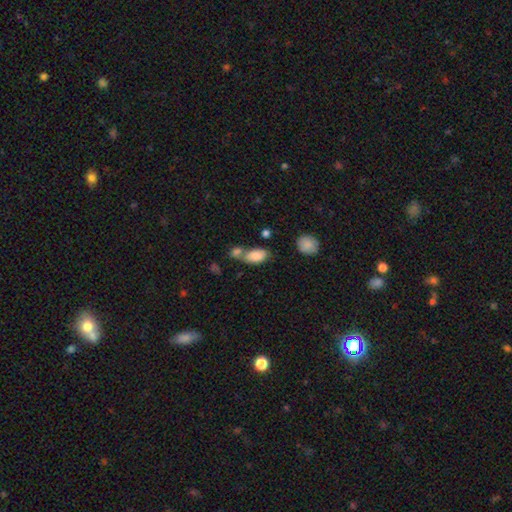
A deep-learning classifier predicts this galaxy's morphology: A smooth galaxy with no disk features (83%) that is in between round and cigar-shaped (92%).

Vote fractions:
- Smooth or featured? smooth: 83% / featured or disk: 9% / star or artifact: 7%
- How rounded? in between: 92% / round: 4% / cigar-shaped: 3%
- Merging? none: 41% / merger: 39% / minor disturbance: 15% / major disturbance: 6%